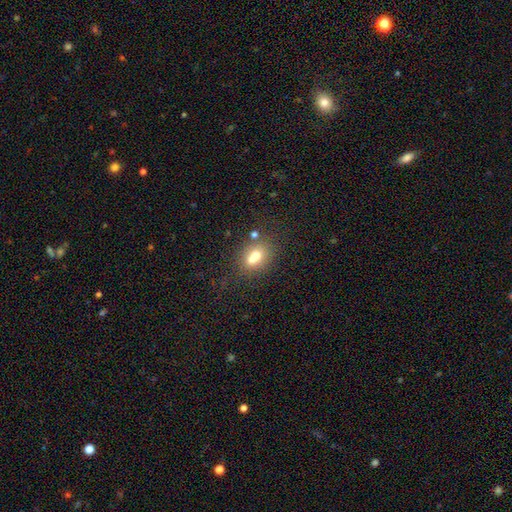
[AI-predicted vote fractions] A smooth galaxy with no disk features (65%) that is in between round and cigar-shaped (53%).

Vote fractions:
- Smooth or featured? smooth: 65% / featured or disk: 21% / star or artifact: 13%
- How rounded? in between: 53% / round: 45% / cigar-shaped: 2%
- Merging? merger: 44% / none: 41% / minor disturbance: 10% / major disturbance: 4%